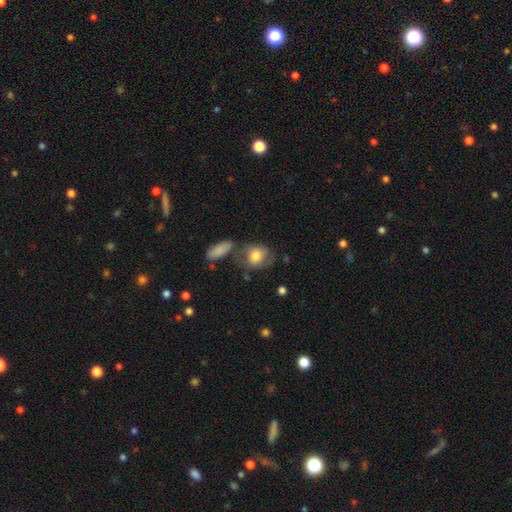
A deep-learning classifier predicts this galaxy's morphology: Smooth or featured: smooth — 72% (featured or disk — 21%)
How rounded: in between — 54% (round — 44%)
Merging: none — 50% (minor disturbance — 22%)